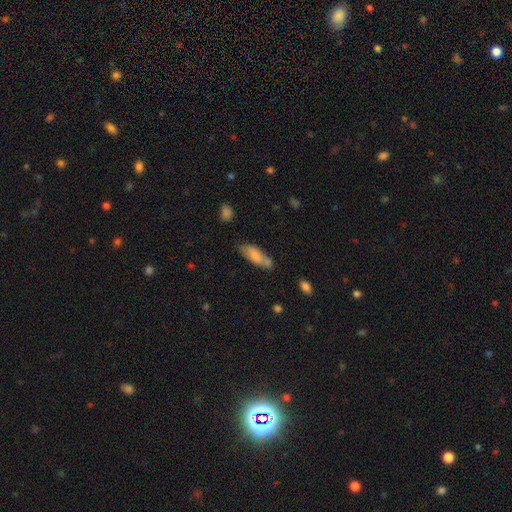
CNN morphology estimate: Q: Smooth or featured?
A: smooth (74%); runner-up: featured or disk (20%)
Q: How rounded?
A: in between (61%); runner-up: cigar-shaped (37%)
Q: Merging?
A: none (54%); runner-up: minor disturbance (22%)